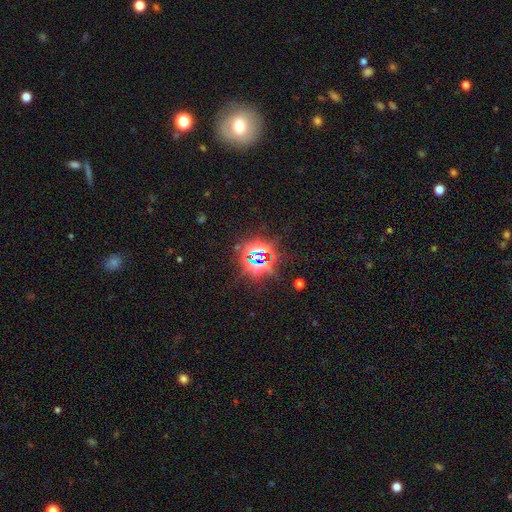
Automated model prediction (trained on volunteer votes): This appears to be a star or artifact, not a galaxy (82%).